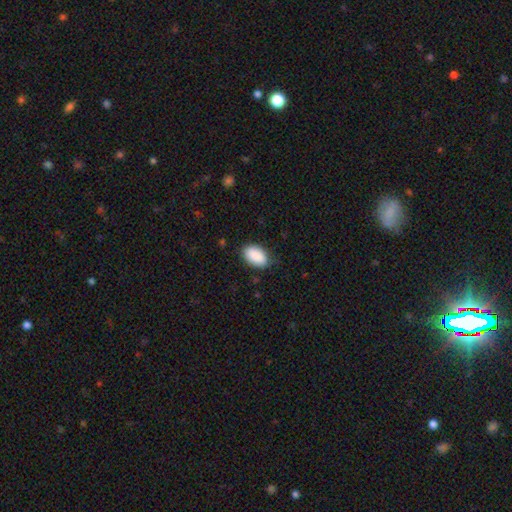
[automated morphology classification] Smooth or featured: smooth — 90% (star or artifact — 6%)
How rounded: in between — 94% (round — 5%)
Merging: none — 82% (minor disturbance — 14%)